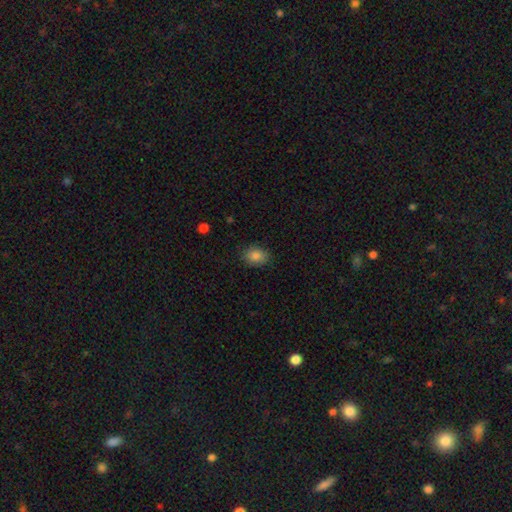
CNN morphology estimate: This is clearly a smooth galaxy (85%). How rounded: likely in between (61%). Merging: clearly none (85%).